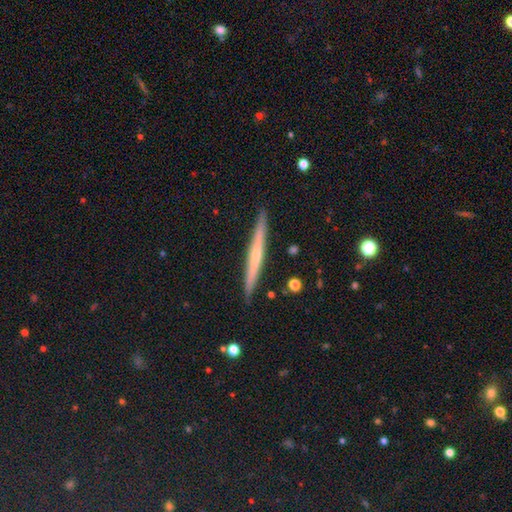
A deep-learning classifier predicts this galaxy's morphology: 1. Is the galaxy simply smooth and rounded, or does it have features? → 57% featured or disk, 37% smooth, 6% star or artifact.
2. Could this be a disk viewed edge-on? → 97% yes, 3% no.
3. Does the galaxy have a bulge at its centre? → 62% none, 33% rounded, 5% boxy.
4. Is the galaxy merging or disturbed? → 92% none, 6% minor disturbance, 1% merger, 1% major disturbance.